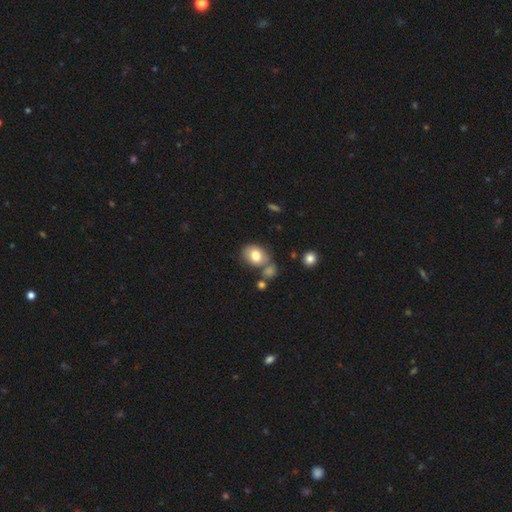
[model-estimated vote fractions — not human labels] smooth 78%, featured or disk 13%, star or artifact 8%. Down the decision tree: how rounded — in between (66%); merging — none (54%).